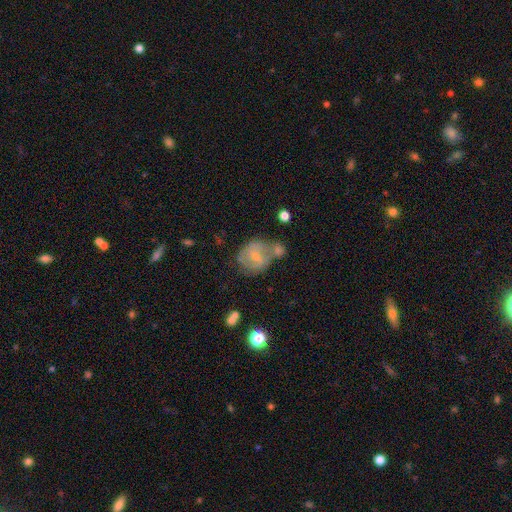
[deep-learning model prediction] A featured or disk galaxy (49%). Merging: merger (39%).